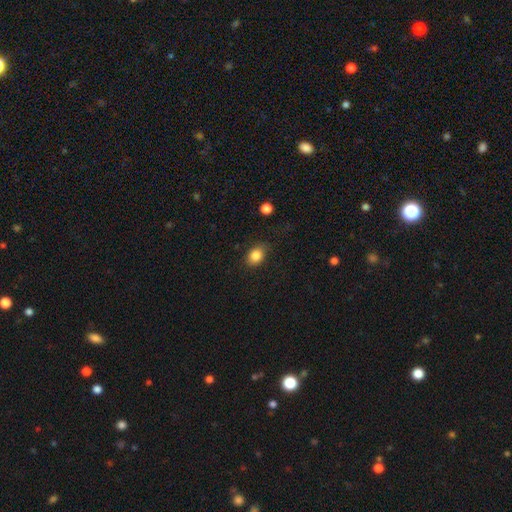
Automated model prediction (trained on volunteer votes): Smooth or featured? smooth (84%)
How rounded? in between (66%)
Merging? none (77%)